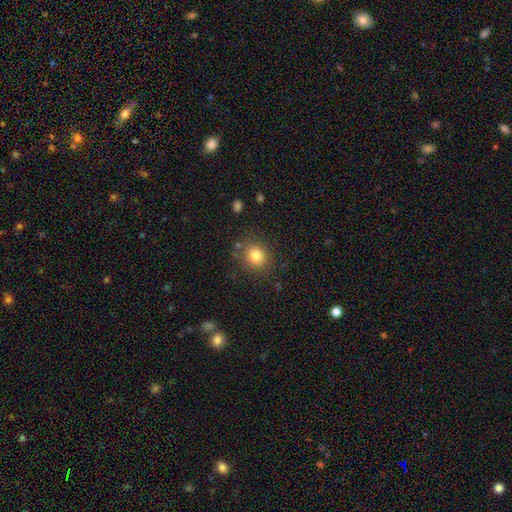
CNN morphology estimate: Overall: smooth (81%). How rounded: round (81%). Merging: none (83%).